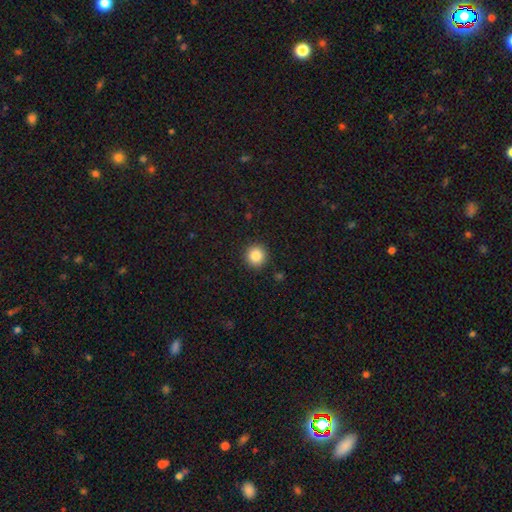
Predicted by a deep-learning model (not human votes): smooth 86%, star or artifact 10%, featured or disk 5%. Down the decision tree: how rounded — round (95%); merging — none (92%).